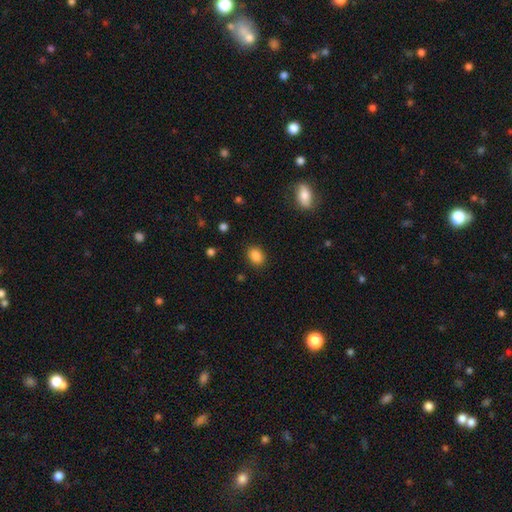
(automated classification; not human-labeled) This is clearly a smooth galaxy (87%). How rounded: likely in between (65%). Merging: clearly none (87%).